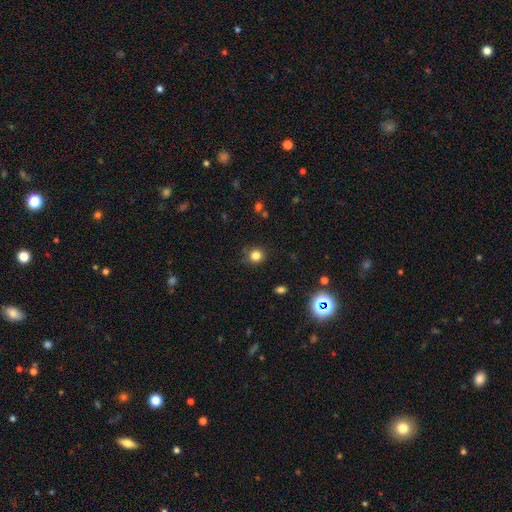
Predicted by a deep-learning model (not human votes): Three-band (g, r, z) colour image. It shows a smooth galaxy with no disk features (81%) that is round (87%). Merging: none (86%).